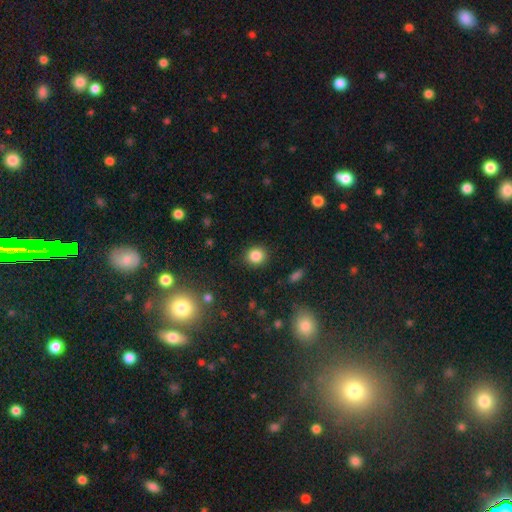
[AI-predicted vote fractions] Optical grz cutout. It shows a smooth galaxy with no disk features (85%) that is round (82%). Merging: none (89%).